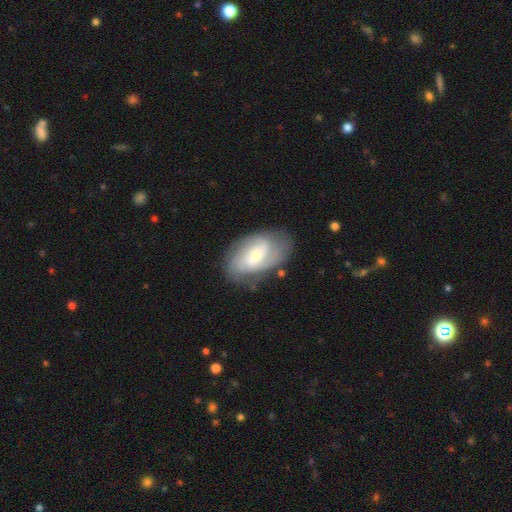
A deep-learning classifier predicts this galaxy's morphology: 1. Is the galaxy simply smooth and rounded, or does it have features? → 77% featured or disk, 18% smooth, 6% star or artifact.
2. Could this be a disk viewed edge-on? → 96% no, 4% yes.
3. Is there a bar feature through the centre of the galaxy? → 44% weak, 40% no, 16% strong.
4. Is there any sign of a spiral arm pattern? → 91% yes, 9% no.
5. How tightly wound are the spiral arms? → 51% tight, 37% medium, 12% loose.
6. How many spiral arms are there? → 40% 2, 30% can't tell, 17% 3, 6% 4, 4% 1, 3% more than 4.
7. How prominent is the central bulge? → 58% small, 37% moderate, 3% large, 1% none, 1% dominant.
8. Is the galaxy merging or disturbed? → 74% none, 18% minor disturbance, 6% major disturbance, 2% merger.